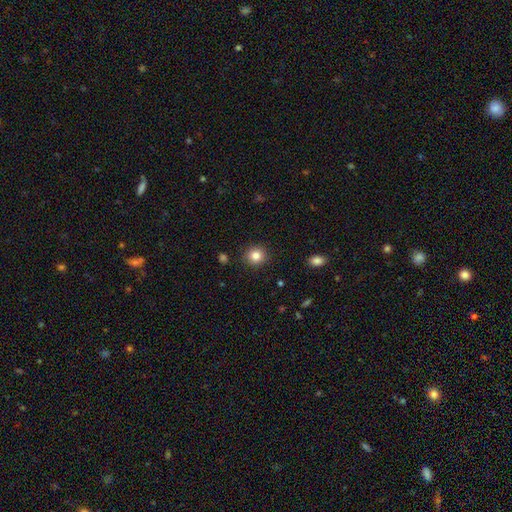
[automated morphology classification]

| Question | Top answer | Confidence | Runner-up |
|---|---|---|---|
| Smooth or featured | smooth | 83% | star or artifact (11%) |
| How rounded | round | 90% | in between (9%) |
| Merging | none | 90% | minor disturbance (6%) |